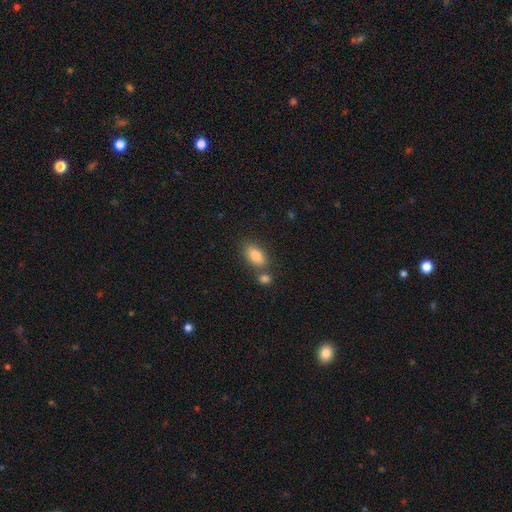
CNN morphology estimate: Smooth or featured? Predicted: smooth (p=0.84). How rounded? Predicted: in between (p=0.89). Merging? Predicted: none (p=0.62).